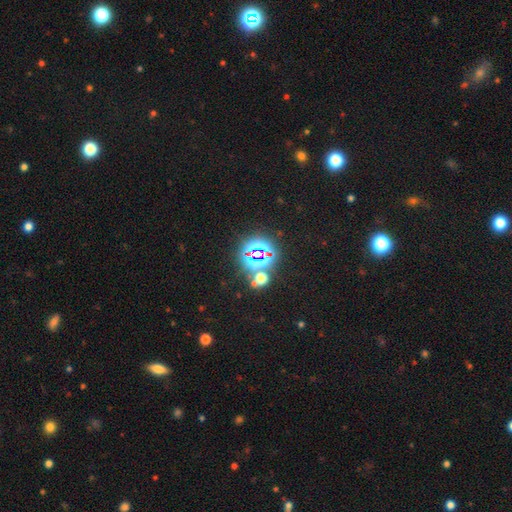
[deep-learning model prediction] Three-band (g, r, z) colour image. It shows a star or artifact, not a galaxy (77%).